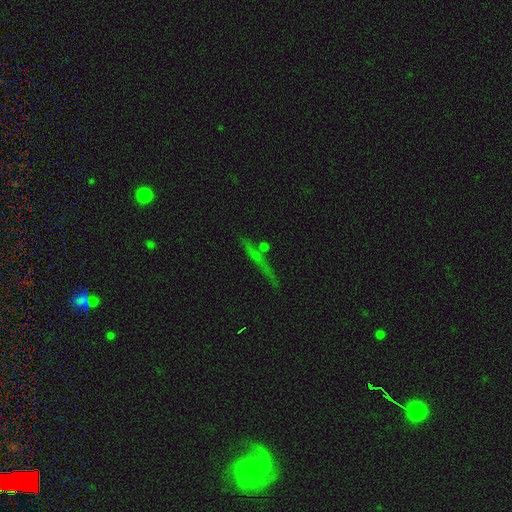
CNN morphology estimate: Q: Smooth or featured?
A: featured or disk (36%); runner-up: star or artifact (34%)
Q: Merging?
A: none (78%); runner-up: minor disturbance (10%)